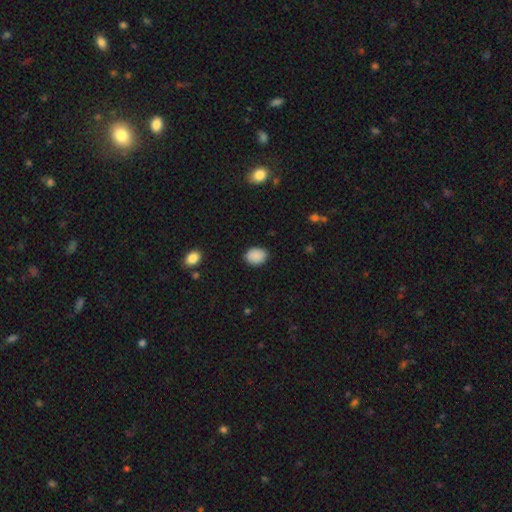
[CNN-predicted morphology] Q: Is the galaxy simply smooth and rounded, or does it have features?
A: smooth — 89%.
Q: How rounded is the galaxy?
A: in between — 62%.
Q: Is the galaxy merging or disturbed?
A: none — 85%.